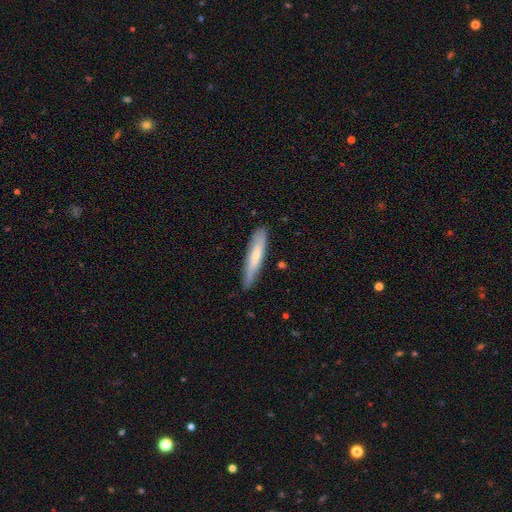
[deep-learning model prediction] Smooth or featured? smooth (64%)
How rounded? cigar-shaped (88%)
Merging? none (80%)